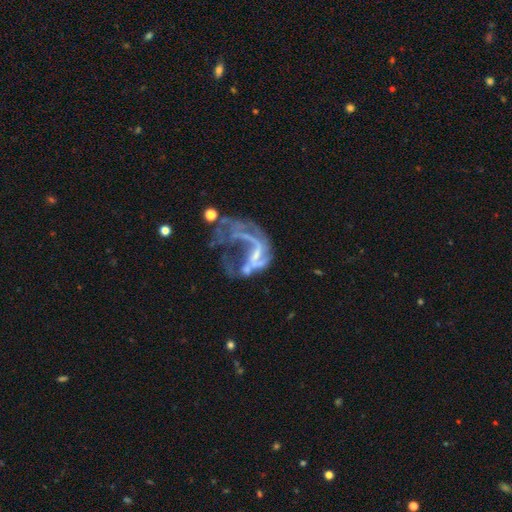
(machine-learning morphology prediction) Smooth or featured? Predicted: featured or disk (p=0.80). Edge-on disk? Predicted: no (p=0.97). Bar? Predicted: no (p=0.39). Spiral arms? Predicted: yes (p=0.73). Spiral winding? Predicted: loose (p=0.76). Spiral arm count? Predicted: 2 (p=0.43). Bulge size? Predicted: none (p=0.42). Merging? Predicted: major disturbance (p=0.52).